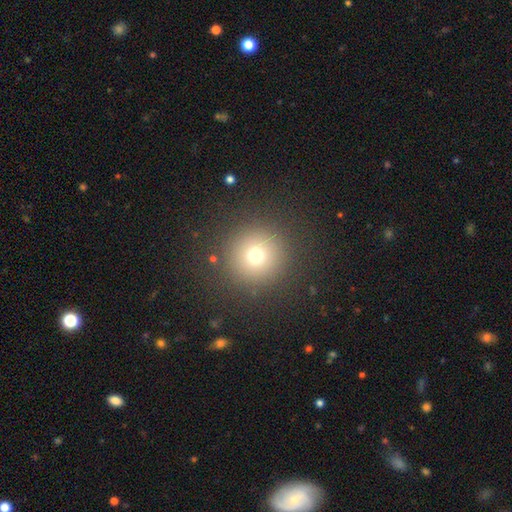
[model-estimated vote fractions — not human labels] A smooth galaxy with no disk features (71%) that is round (96%).

Vote fractions:
- Smooth or featured? smooth: 71% / star or artifact: 18% / featured or disk: 10%
- How rounded? round: 96% / in between: 4% / cigar-shaped: 1%
- Merging? none: 89% / minor disturbance: 6% / major disturbance: 4% / merger: 1%